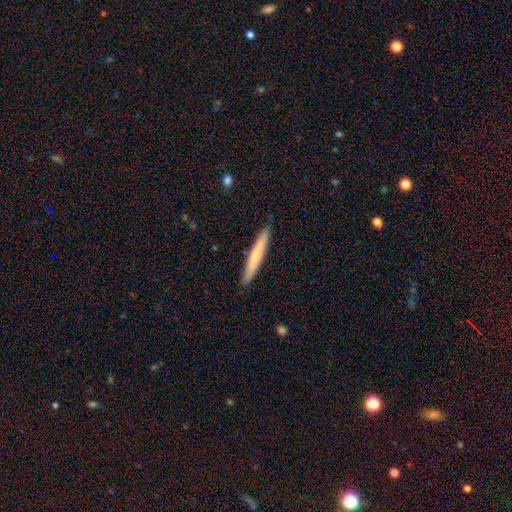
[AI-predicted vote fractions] A smooth galaxy with no disk features (62%) that is cigar-shaped (96%).

Vote fractions:
- Smooth or featured? smooth: 62% / featured or disk: 33% / star or artifact: 5%
- How rounded? cigar-shaped: 96% / in between: 3% / round: 1%
- Merging? none: 91% / minor disturbance: 6% / major disturbance: 1% / merger: 1%